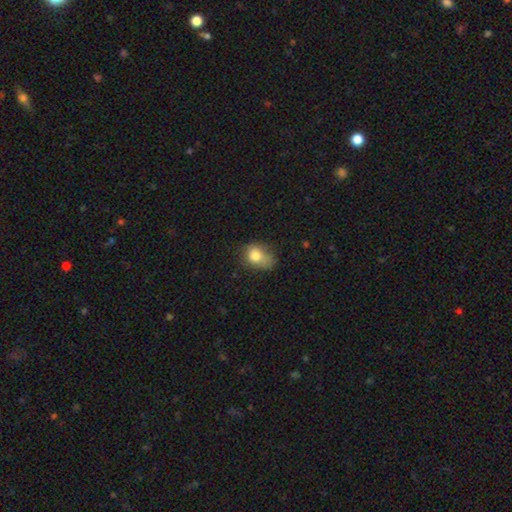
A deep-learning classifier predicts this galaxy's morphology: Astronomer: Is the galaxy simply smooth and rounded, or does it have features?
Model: smooth — 77%.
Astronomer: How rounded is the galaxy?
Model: in between — 63%.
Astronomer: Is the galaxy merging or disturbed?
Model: none — 40% (runner-up: minor disturbance, 36%).